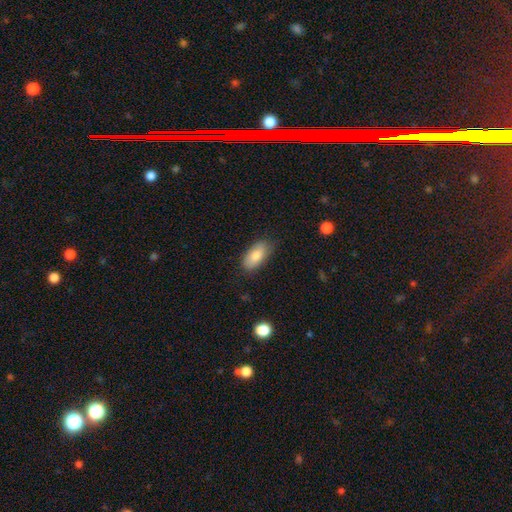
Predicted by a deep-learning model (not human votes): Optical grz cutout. It shows a smooth galaxy with no disk features (82%) that is in between round and cigar-shaped (89%). Merging: none (82%).